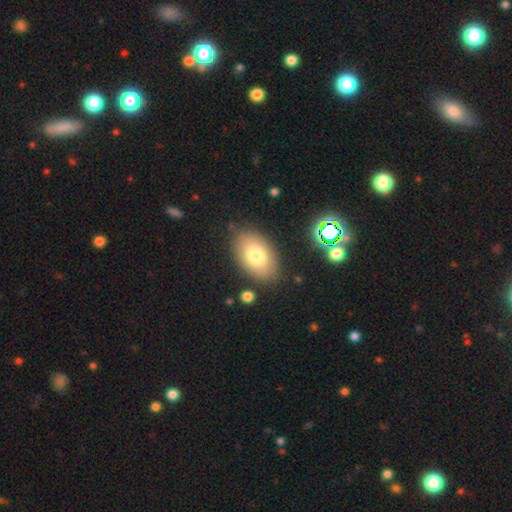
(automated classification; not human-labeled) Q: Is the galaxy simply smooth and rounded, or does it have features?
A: smooth — 77%.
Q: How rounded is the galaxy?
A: in between — 91%.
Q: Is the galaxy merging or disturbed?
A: none — 84%.